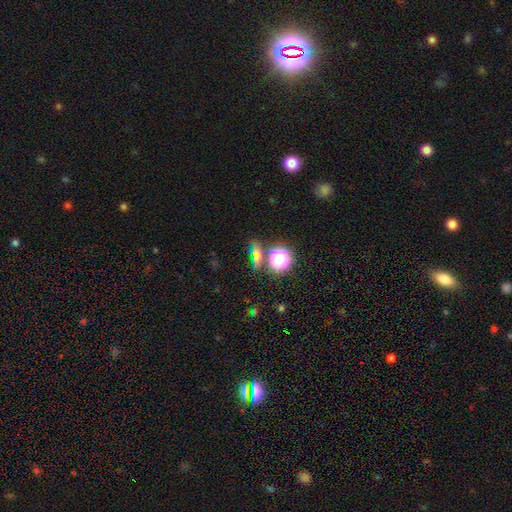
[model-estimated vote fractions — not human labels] Smooth or featured: star or artifact — 45% (smooth — 41%)